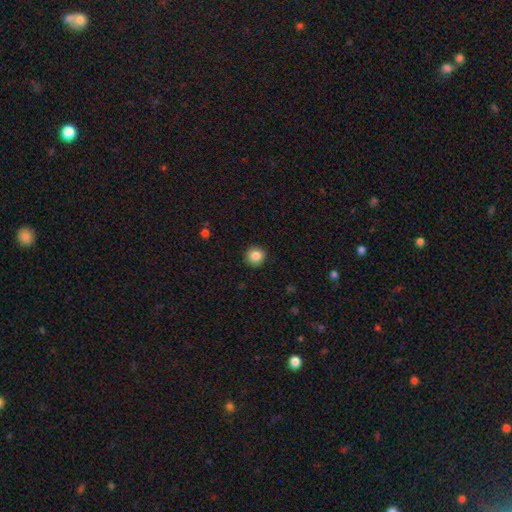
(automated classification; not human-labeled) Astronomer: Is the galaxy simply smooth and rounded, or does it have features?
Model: smooth — 85%.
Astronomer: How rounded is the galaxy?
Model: round — 94%.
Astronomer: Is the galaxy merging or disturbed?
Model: none — 92%.